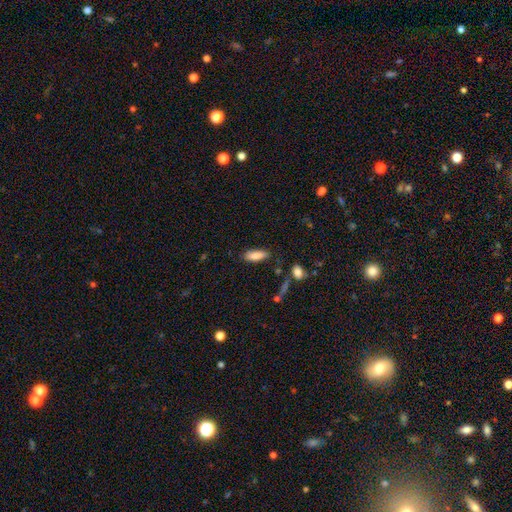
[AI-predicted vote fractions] Smooth or featured: smooth — 85% (featured or disk — 8%)
How rounded: in between — 69% (cigar-shaped — 29%)
Merging: none — 77% (minor disturbance — 16%)